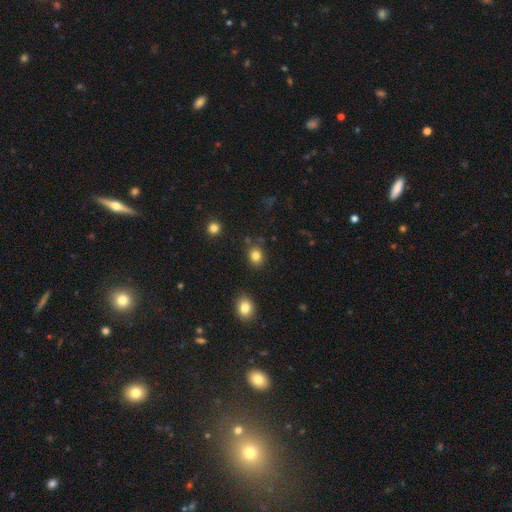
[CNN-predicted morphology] Smooth or featured: smooth — 83% (star or artifact — 12%)
How rounded: round — 70% (in between — 29%)
Merging: none — 84% (minor disturbance — 10%)